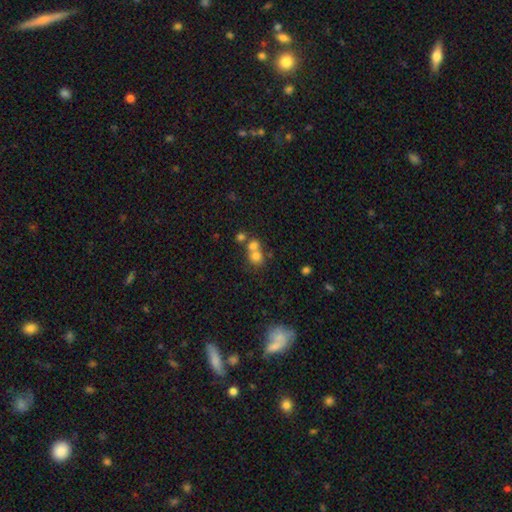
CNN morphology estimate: Overall: smooth (72%). How rounded: round (77%). Merging: merger (54%; none 36%).